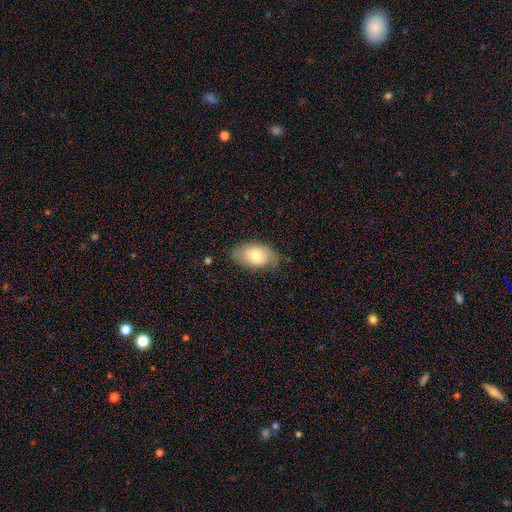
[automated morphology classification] type=smooth (70%); roundness=in between (93%); merging=none (72%).